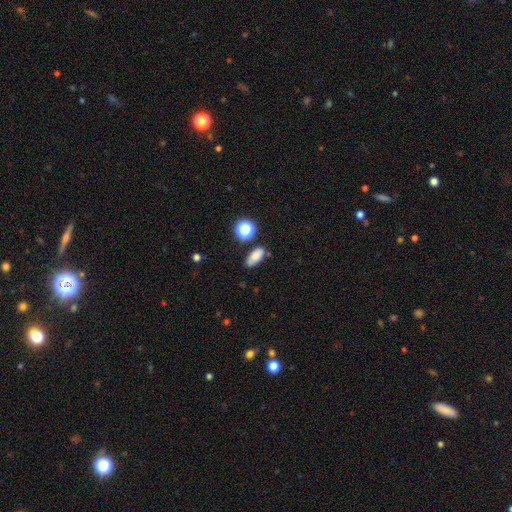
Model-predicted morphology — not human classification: Overall: smooth (79%). How rounded: in between (82%). Merging: none (74%).